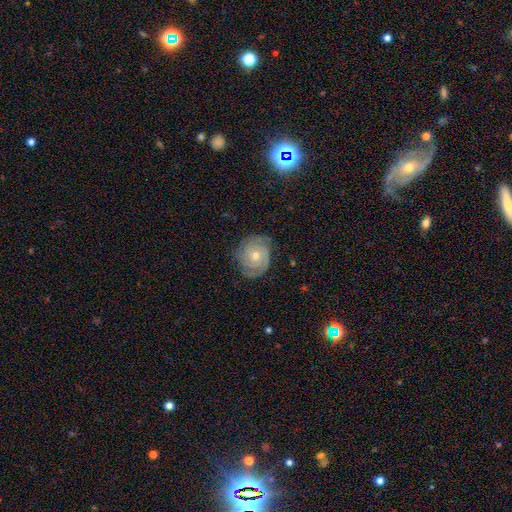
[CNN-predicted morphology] A featured or disk galaxy (82%) with no bar (78%), 2 (43%) tight (76%) spiral arms (96%) and a moderate central bulge (55%).

Vote fractions:
- Smooth or featured? featured or disk: 82% / smooth: 10% / star or artifact: 8%
- Edge-on disk? no: 97% / yes: 3%
- Bar? no: 78% / weak: 18% / strong: 4%
- Spiral arms? yes: 96% / no: 4%
- Spiral winding? tight: 76% / medium: 20% / loose: 4%
- Spiral arm count? 2: 43% / 3: 23% / can't tell: 19% / 4: 5% / 1: 5% / more than 4: 4%
- Bulge size? moderate: 55% / small: 42% / large: 2% / none: 1% / dominant: 1%
- Merging? none: 80% / minor disturbance: 15% / major disturbance: 4% / merger: 1%